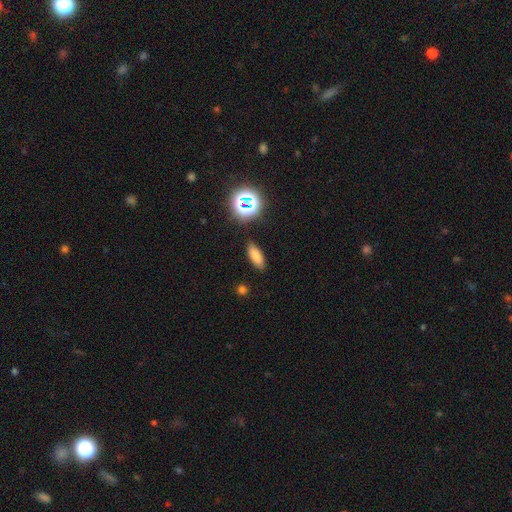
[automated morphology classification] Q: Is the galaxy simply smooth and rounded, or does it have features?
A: smooth — 77%.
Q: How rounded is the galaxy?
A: in between — 72%.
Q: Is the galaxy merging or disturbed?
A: none — 87%.